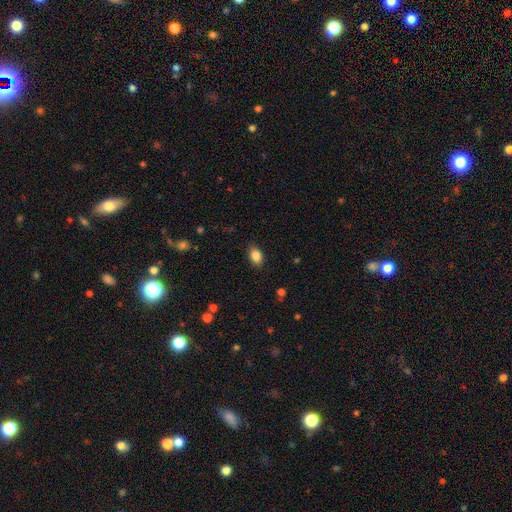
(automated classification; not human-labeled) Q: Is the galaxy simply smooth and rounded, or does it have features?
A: smooth — 86%.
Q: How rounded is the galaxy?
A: in between — 86%.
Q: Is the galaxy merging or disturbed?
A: none — 87%.